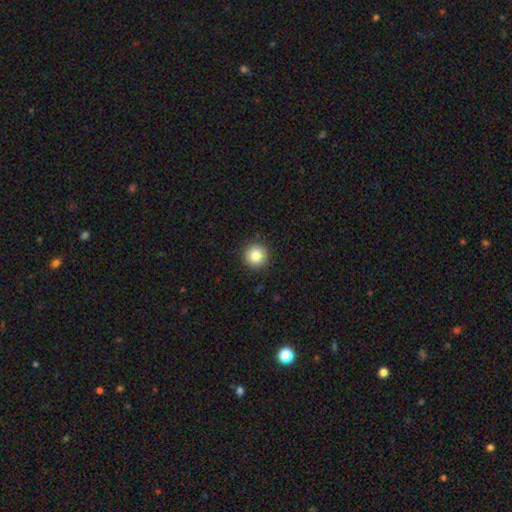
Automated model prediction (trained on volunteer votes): The model was most divided on "smooth or featured": smooth: 82%, star or artifact: 10%, featured or disk: 8%. More confident: how rounded — round (95%); merging — none (91%).